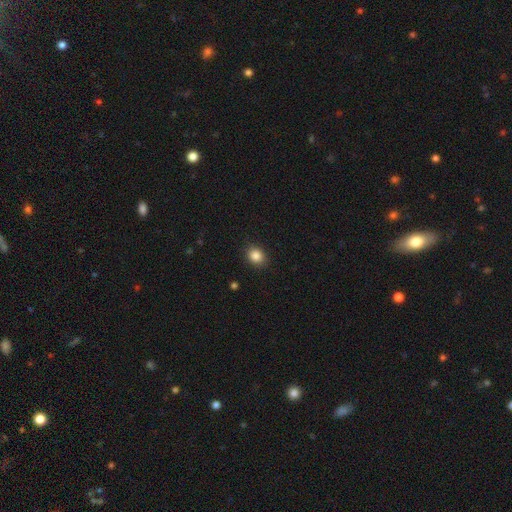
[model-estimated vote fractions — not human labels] Smooth or featured? Predicted: smooth (p=0.86). How rounded? Predicted: round (p=0.57). Merging? Predicted: none (p=0.89).